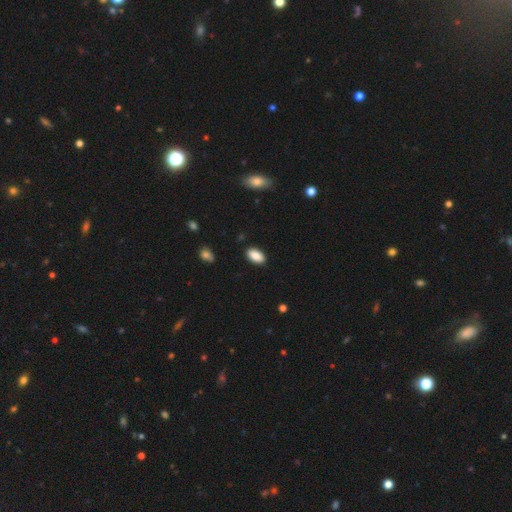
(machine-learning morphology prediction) Q: Smooth or featured?
A: smooth (89%); runner-up: star or artifact (7%)
Q: How rounded?
A: in between (93%); runner-up: round (4%)
Q: Merging?
A: none (87%); runner-up: minor disturbance (9%)